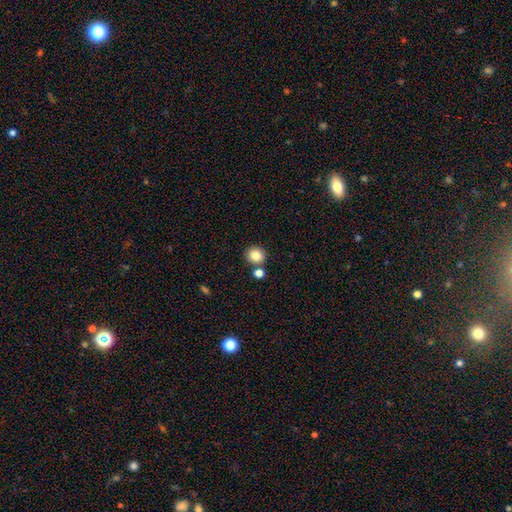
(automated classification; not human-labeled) smooth 84%, star or artifact 10%, featured or disk 6%. Down the decision tree: how rounded — round (87%); merging — none (77%).